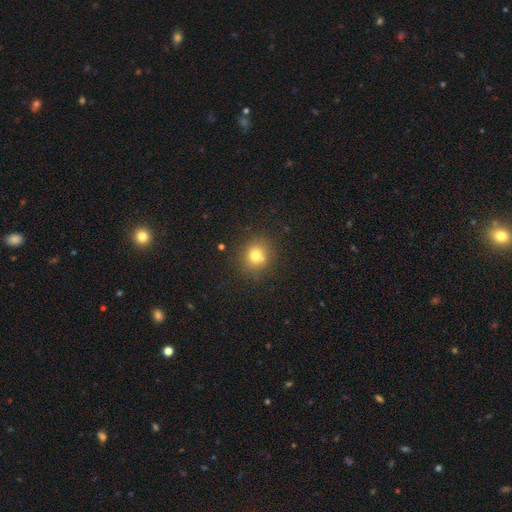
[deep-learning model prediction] This appears to be a smooth galaxy with no disk features (75%) that is round (80%). Merging: none (74%).